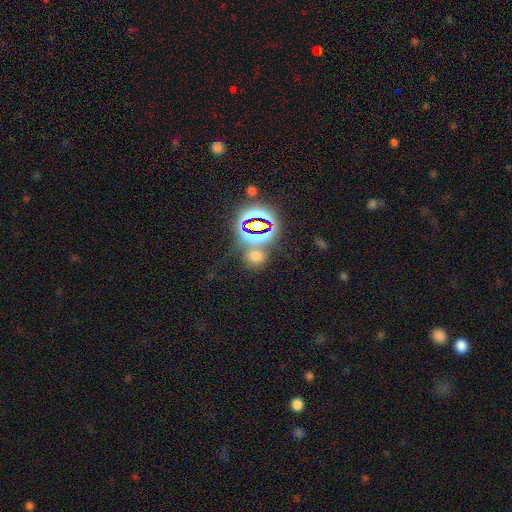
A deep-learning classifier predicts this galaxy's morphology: A smooth galaxy with no disk features (51%) that is round (70%). Merging: none (67%).